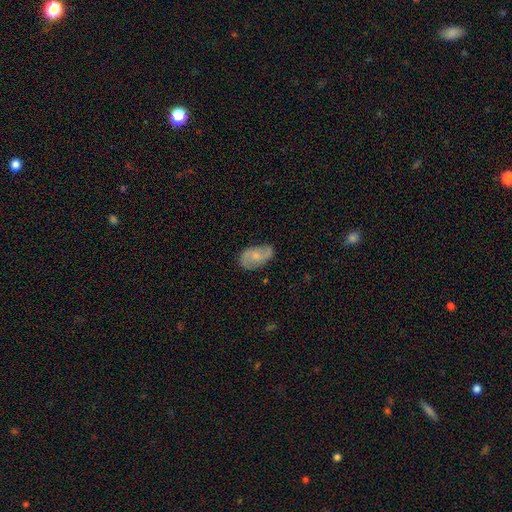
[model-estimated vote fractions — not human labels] smooth-or-featured: featured or disk: 60% | smooth: 33% | star or artifact: 7%
  disk-edge-on: no: 96% | yes: 4%
    bar: no: 58% | weak: 37% | strong: 5%
    has-spiral-arms: yes: 88% | no: 12%
      spiral-winding: medium: 46% | loose: 36% | tight: 18%
      spiral-arm-count: 2: 85% | can't tell: 9% | 1: 3% | 3: 2% | 4: 1% | more than 4: 1%
    bulge-size: small: 43% | moderate: 41% | none: 12% | large: 3% | dominant: 1%
  merging: none: 73% | minor disturbance: 20% | major disturbance: 6% | merger: 2%